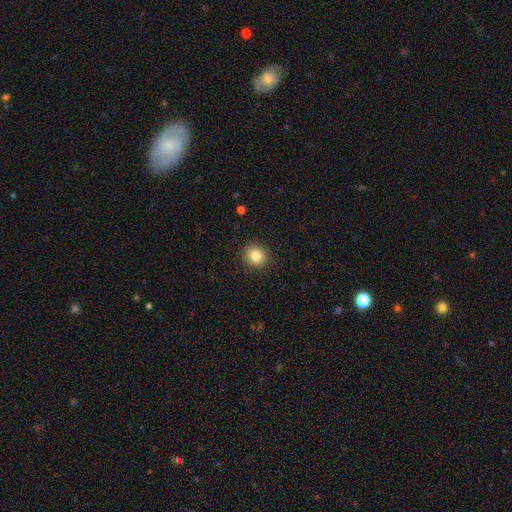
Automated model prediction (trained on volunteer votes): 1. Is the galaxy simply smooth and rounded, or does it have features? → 84% smooth, 10% star or artifact, 6% featured or disk.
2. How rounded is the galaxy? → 82% round, 17% in between, 1% cigar-shaped.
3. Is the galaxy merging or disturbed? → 90% none, 7% minor disturbance, 2% major disturbance, 1% merger.